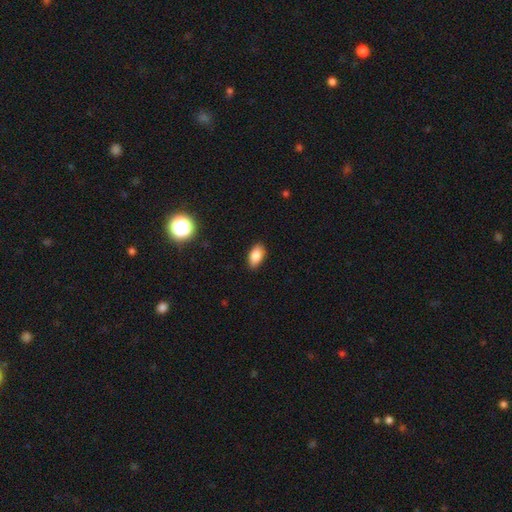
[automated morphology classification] A smooth galaxy with no disk features (84%) that is in between round and cigar-shaped (92%). Merging: none (87%).